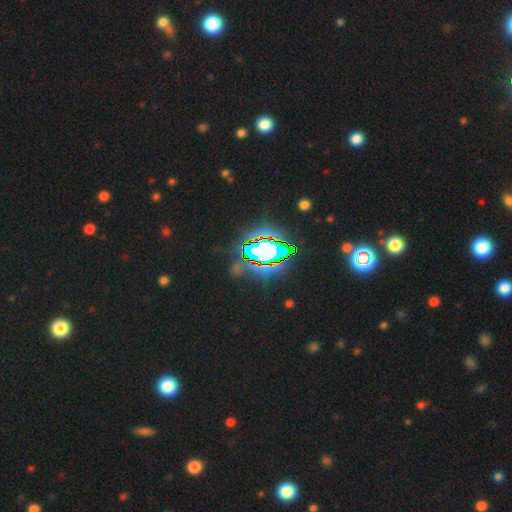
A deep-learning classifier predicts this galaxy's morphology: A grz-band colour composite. It shows a star or artifact, not a galaxy (83%).